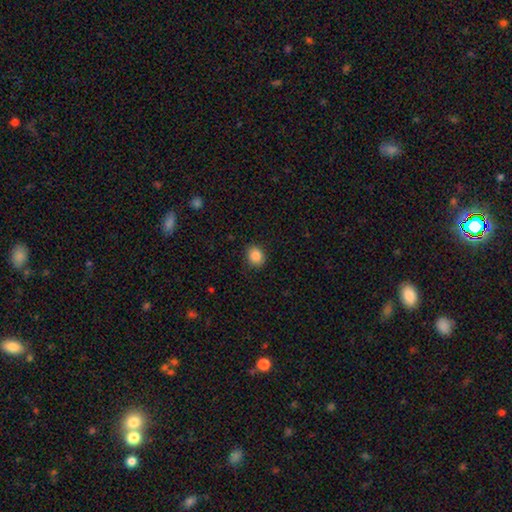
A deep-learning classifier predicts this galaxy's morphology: type=smooth (87%); roundness=round (70%); merging=none (89%).